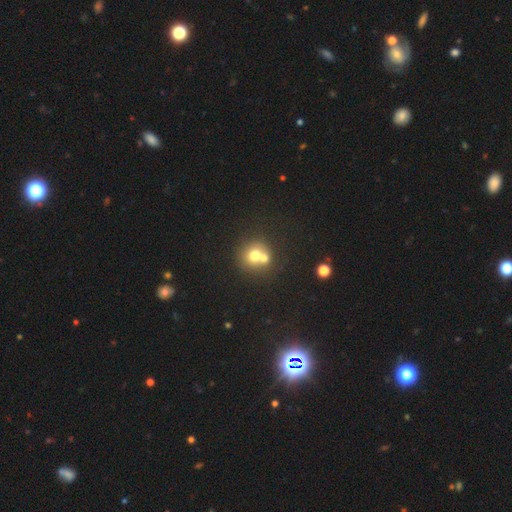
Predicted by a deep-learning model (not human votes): A smooth galaxy with no disk features (69%) that is round (85%). Merging: merger (52%).